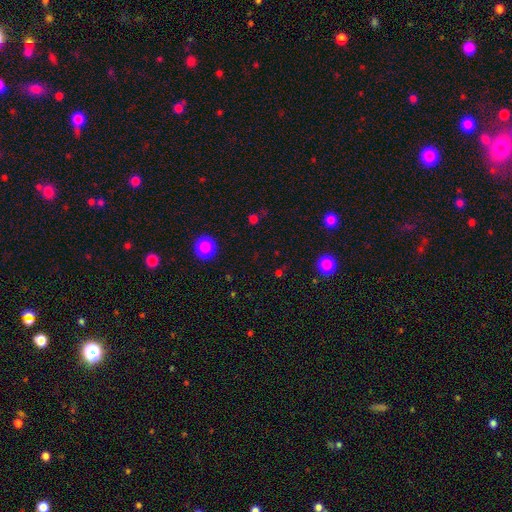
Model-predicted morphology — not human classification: Smooth or featured? smooth (61%)
How rounded? round (84%)
Merging? none (85%)